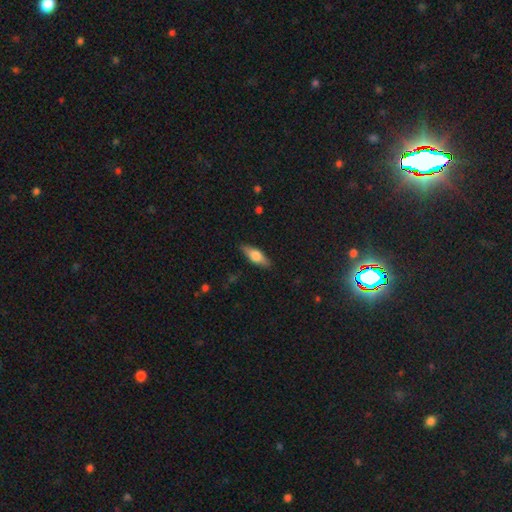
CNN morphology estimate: Smooth or featured? smooth (60%)
How rounded? in between (62%)
Merging? none (87%)